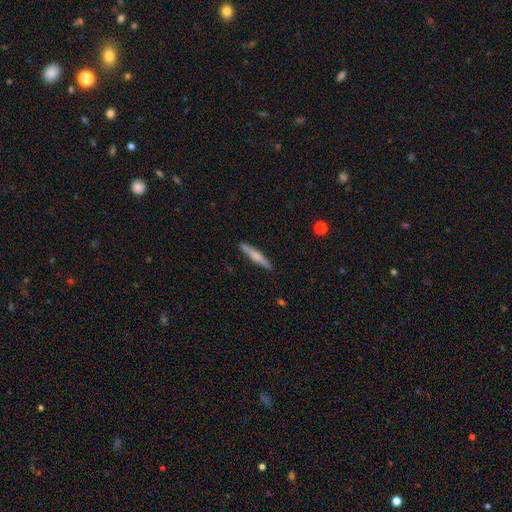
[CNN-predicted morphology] Smooth or featured: featured or disk — 50% (smooth — 44%)
Edge-on disk: yes — 97% (no — 3%)
Merging: none — 89% (minor disturbance — 8%)